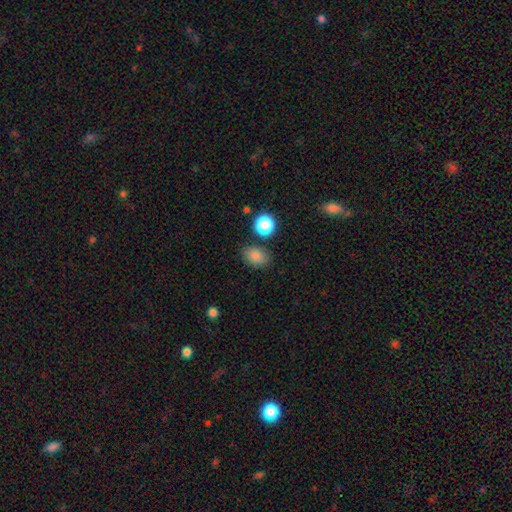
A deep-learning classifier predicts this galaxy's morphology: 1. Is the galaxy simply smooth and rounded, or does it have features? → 83% smooth, 11% star or artifact, 6% featured or disk.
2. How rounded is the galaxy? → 72% in between, 26% round, 1% cigar-shaped.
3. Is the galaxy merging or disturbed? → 78% none, 13% minor disturbance, 5% merger, 4% major disturbance.